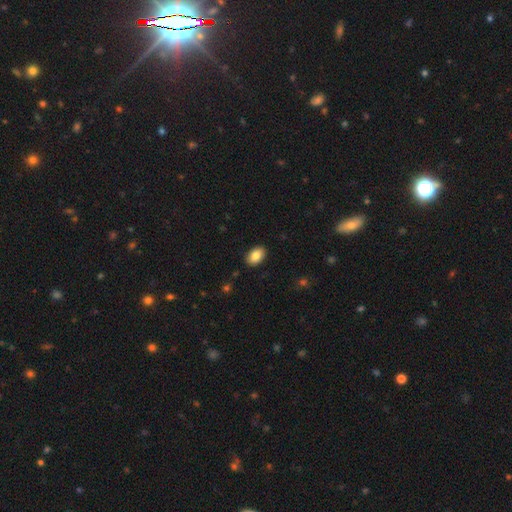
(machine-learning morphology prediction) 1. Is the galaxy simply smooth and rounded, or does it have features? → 85% smooth, 7% featured or disk, 7% star or artifact.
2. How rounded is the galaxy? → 91% in between, 8% round, 1% cigar-shaped.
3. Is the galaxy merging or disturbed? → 89% none, 8% minor disturbance, 2% major disturbance, 1% merger.